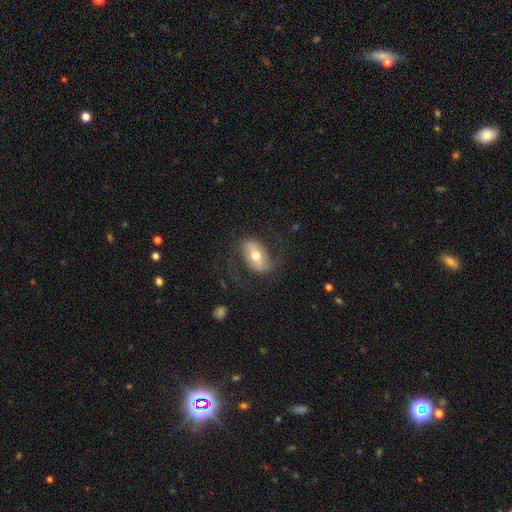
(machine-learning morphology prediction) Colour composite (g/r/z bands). It shows a featured or disk galaxy (62%) with a strong bar (40%), spiral arms (78%) and a moderate central bulge (71%). Merging: none (66%).